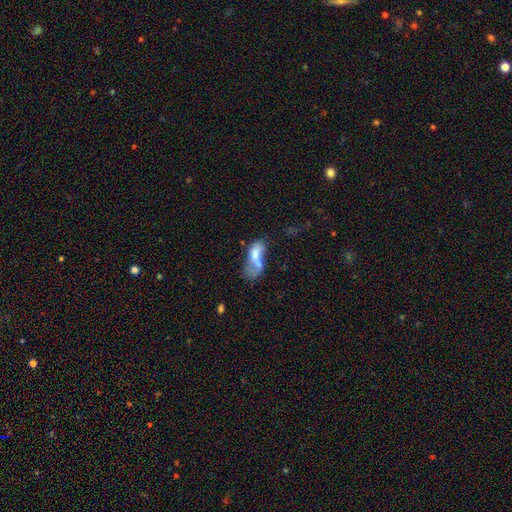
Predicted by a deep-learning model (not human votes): smooth 59%, featured or disk 32%, star or artifact 9%. Down the decision tree: how rounded — in between (84%); merging — major disturbance (34%).